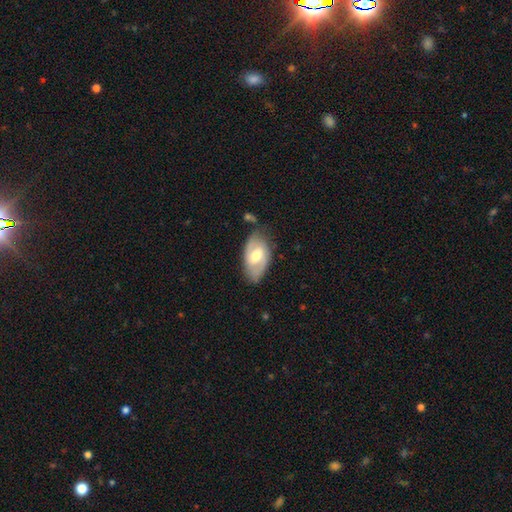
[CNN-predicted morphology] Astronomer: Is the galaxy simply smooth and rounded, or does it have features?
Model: featured or disk — 58% (runner-up: smooth, 37%).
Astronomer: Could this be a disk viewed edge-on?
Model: no — 93%.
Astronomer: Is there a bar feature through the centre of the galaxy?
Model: weak — 52% (runner-up: no, 27%).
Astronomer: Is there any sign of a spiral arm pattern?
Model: yes — 70%.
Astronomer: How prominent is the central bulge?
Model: moderate — 70%.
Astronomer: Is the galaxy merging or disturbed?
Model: none — 70%.